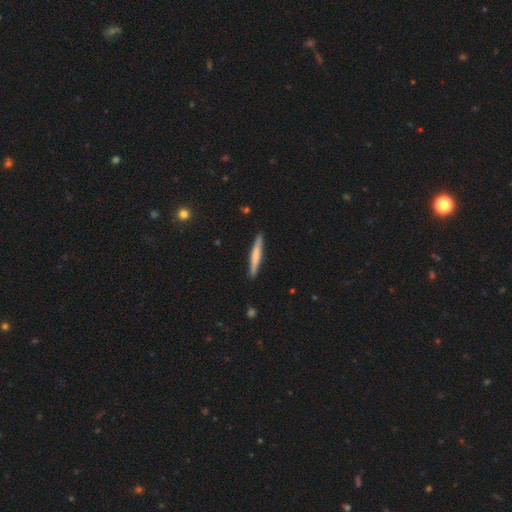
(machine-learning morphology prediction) Smooth or featured? Predicted: smooth (p=0.62). How rounded? Predicted: cigar-shaped (p=0.95). Merging? Predicted: none (p=0.90).